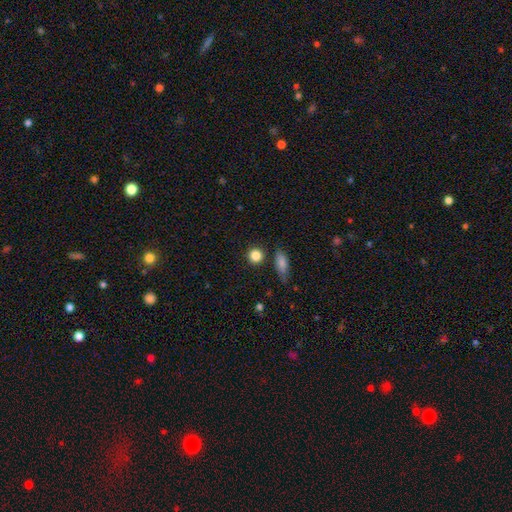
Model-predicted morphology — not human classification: Smooth or featured? smooth (85%)
How rounded? round (88%)
Merging? none (84%)